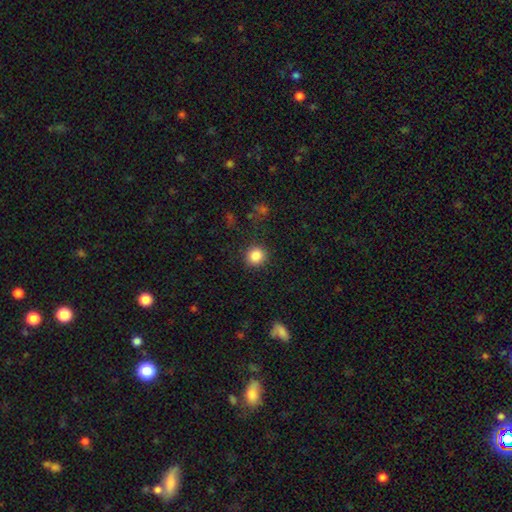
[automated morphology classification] Smooth or featured? Predicted: smooth (p=0.86). How rounded? Predicted: round (p=0.88). Merging? Predicted: none (p=0.88).